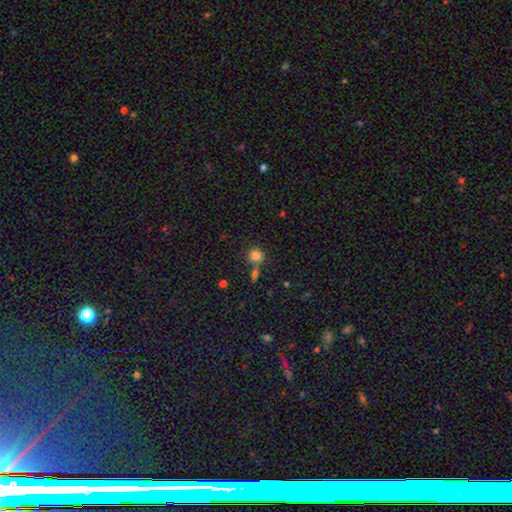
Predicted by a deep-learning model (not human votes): Smooth or featured? smooth (82%)
How rounded? round (82%)
Merging? none (62%)